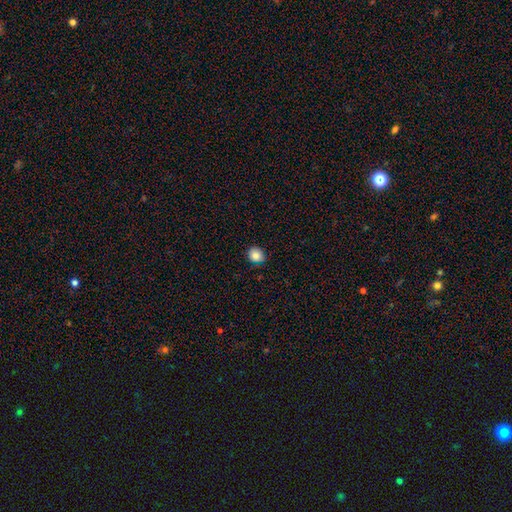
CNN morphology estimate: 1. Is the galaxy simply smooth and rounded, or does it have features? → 84% smooth, 9% star or artifact, 6% featured or disk.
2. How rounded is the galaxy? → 72% round, 27% in between, 1% cigar-shaped.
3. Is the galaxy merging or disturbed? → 86% none, 11% minor disturbance, 2% major disturbance, 1% merger.